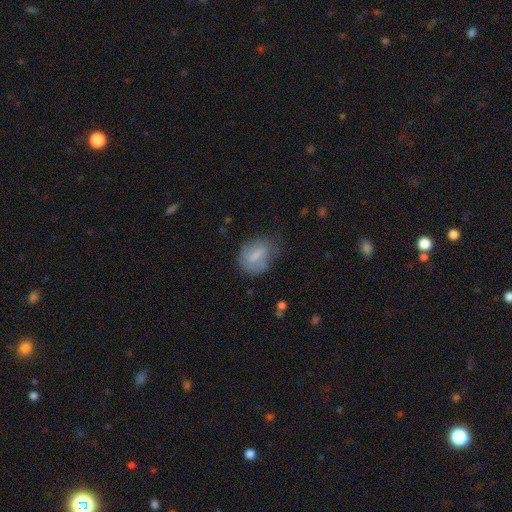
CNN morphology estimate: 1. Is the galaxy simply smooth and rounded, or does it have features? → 65% smooth, 26% featured or disk, 8% star or artifact.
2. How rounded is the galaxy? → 61% in between, 36% round, 3% cigar-shaped.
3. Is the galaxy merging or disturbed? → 51% none, 32% minor disturbance, 15% major disturbance, 3% merger.